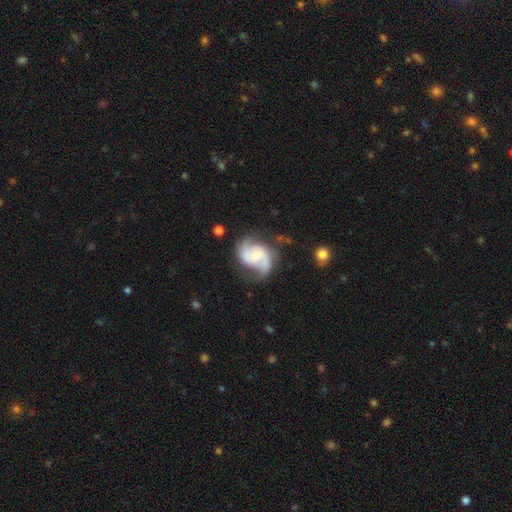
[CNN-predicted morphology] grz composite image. It shows a featured or disk galaxy (86%) with no bar (53%), 2 (87%) medium (52%) spiral arms (96%) and a moderate central bulge (56%). Merging: none (69%).